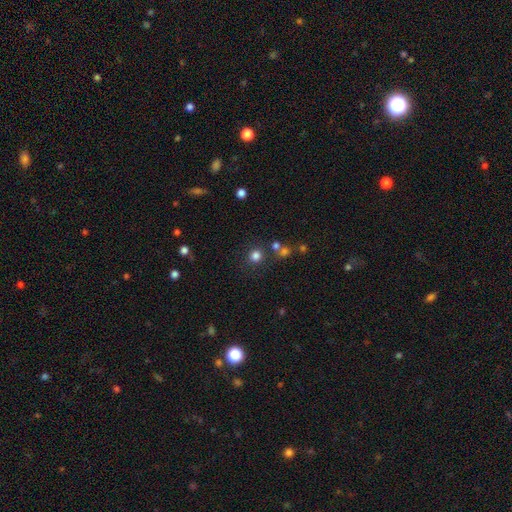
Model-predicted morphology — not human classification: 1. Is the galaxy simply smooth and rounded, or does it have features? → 78% smooth, 16% star or artifact, 6% featured or disk.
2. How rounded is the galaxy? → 91% round, 8% in between, 1% cigar-shaped.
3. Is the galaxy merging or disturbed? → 80% none, 9% merger, 8% minor disturbance, 4% major disturbance.